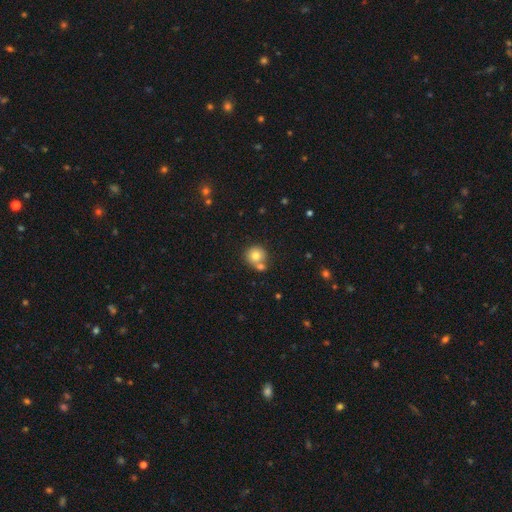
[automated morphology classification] Smooth or featured: smooth — 78% (featured or disk — 11%)
How rounded: round — 90% (in between — 9%)
Merging: none — 58% (merger — 29%)